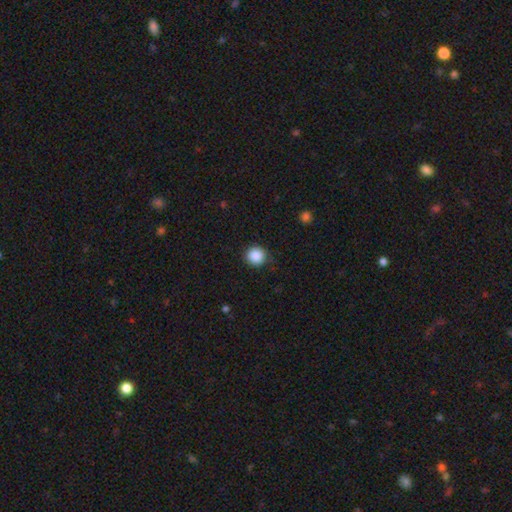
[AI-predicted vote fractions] This appears to be a smooth galaxy with no disk features (88%) that is round (94%). Merging: none (89%).